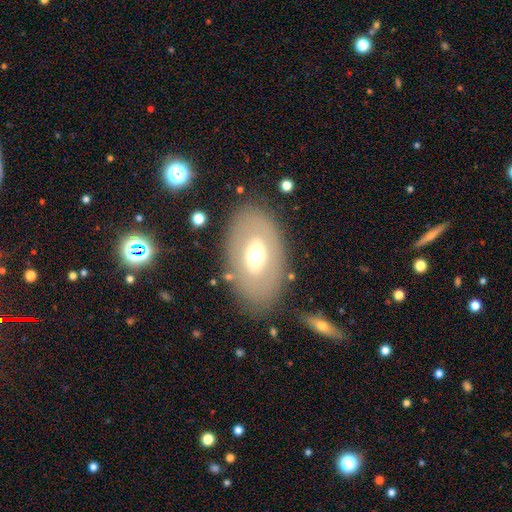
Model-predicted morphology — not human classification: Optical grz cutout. It shows a smooth galaxy with no disk features (48%). Merging: none (80%).